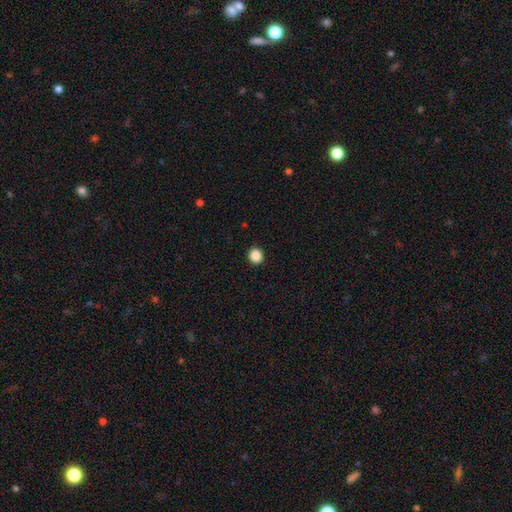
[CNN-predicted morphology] smooth 87%, star or artifact 10%, featured or disk 3%. Down the decision tree: how rounded — round (87%); merging — none (93%).